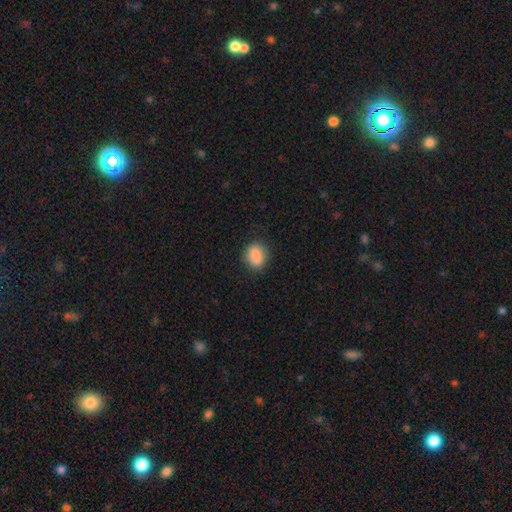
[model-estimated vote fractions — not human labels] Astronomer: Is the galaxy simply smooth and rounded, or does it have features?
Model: smooth — 87%.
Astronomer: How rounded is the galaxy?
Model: in between — 66%.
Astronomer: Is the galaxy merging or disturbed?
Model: none — 81%.